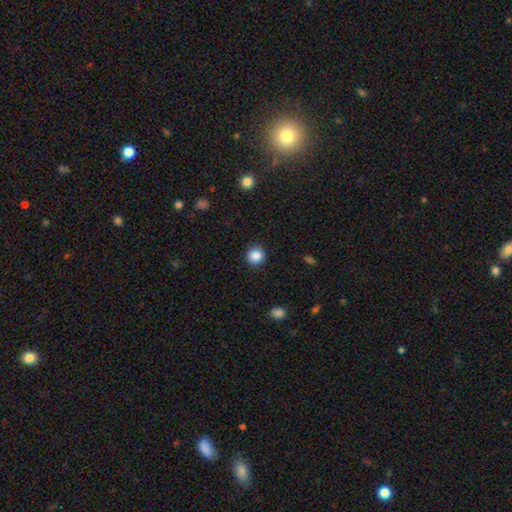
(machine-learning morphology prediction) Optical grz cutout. It shows a smooth galaxy with no disk features (87%) that is round (91%). Merging: none (91%).